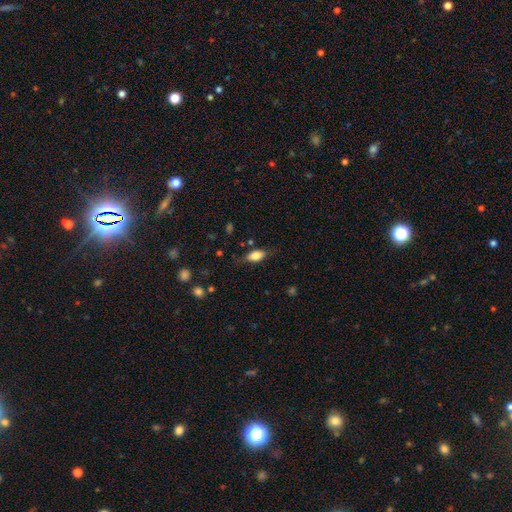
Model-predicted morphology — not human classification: type=smooth (79%); roundness=in between (86%); merging=none (75%).